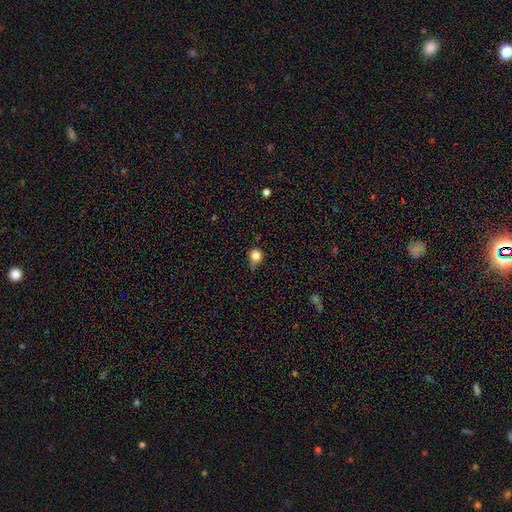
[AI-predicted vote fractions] Smooth or featured? smooth (80%)
How rounded? round (78%)
Merging? none (43%)